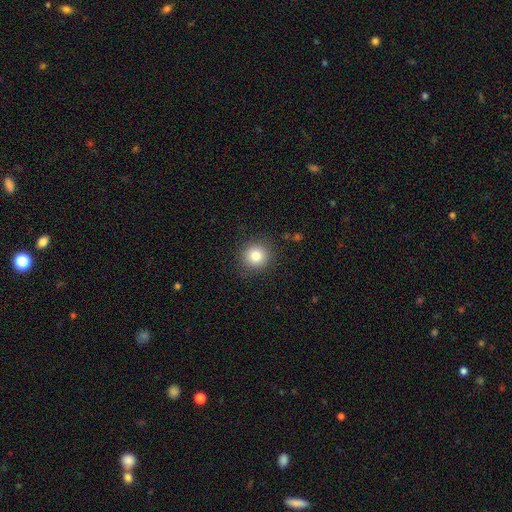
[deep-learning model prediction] Smooth or featured? Predicted: smooth (p=0.81). How rounded? Predicted: round (p=0.91). Merging? Predicted: none (p=0.89).